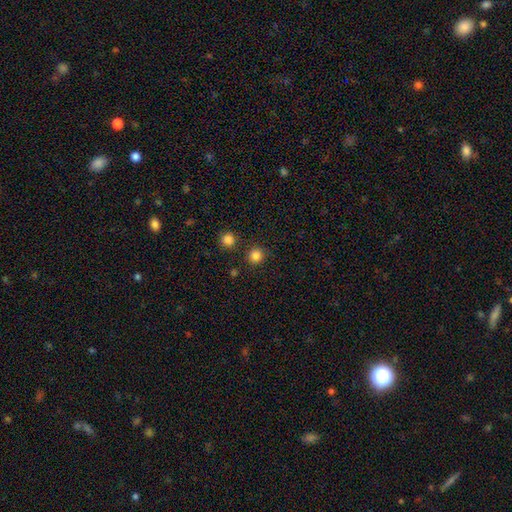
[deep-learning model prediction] smooth-or-featured: smooth: 84% | star or artifact: 13% | featured or disk: 3%
  how-rounded: round: 93% | in between: 6% | cigar-shaped: 1%
  merging: none: 87% | minor disturbance: 6% | merger: 5% | major disturbance: 2%